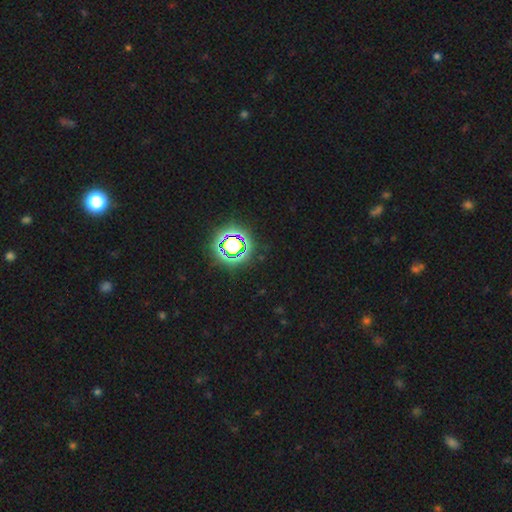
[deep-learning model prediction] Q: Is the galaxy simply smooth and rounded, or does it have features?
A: star or artifact — 79%.